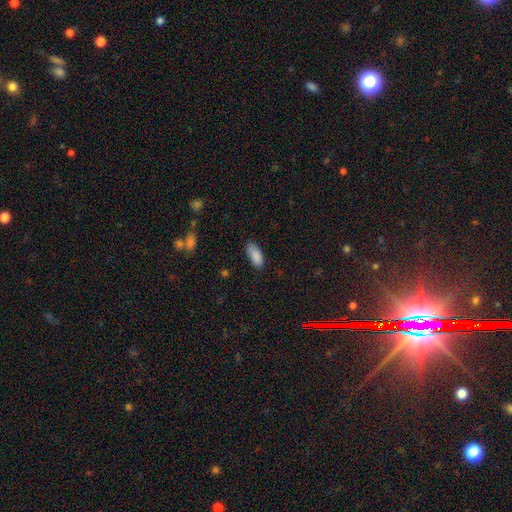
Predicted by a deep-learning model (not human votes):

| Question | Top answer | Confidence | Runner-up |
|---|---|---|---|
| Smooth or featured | smooth | 88% | star or artifact (7%) |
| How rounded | in between | 87% | cigar-shaped (11%) |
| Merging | none | 76% | minor disturbance (19%) |